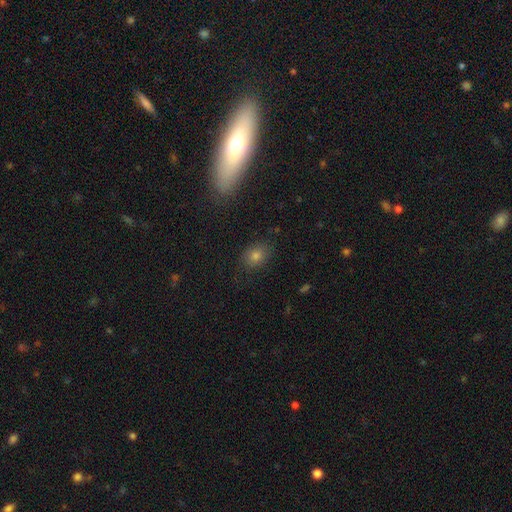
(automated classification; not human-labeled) smooth-or-featured: smooth: 74% | star or artifact: 16% | featured or disk: 10%
  how-rounded: in between: 54% | round: 44% | cigar-shaped: 2%
  merging: none: 83% | minor disturbance: 11% | major disturbance: 4% | merger: 2%